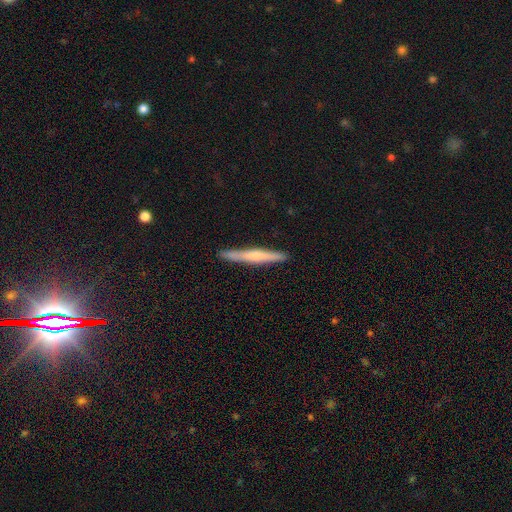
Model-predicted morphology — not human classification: This appears to be a smooth galaxy with no disk features (47%, tied with featured or disk). Merging: none (91%).